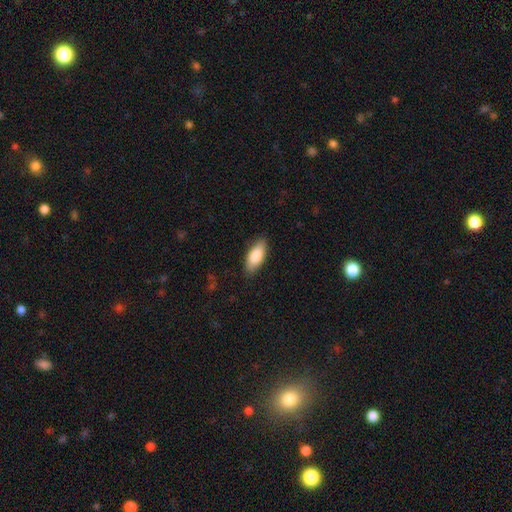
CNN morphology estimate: type=smooth (84%); roundness=in between (82%); merging=none (85%).